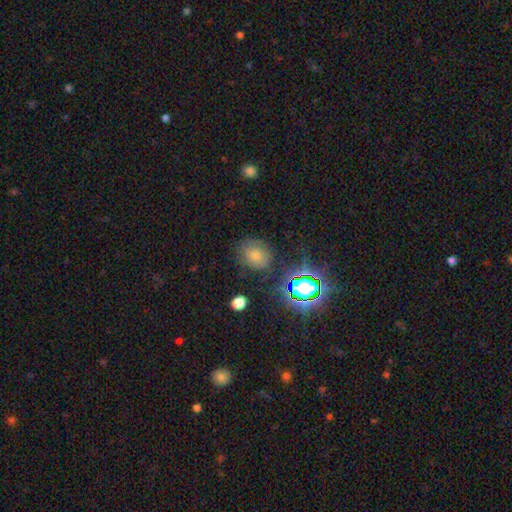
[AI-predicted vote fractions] Smooth or featured?
  - smooth: 67% *
  - star or artifact: 20%
  - featured or disk: 13%
How rounded?
  - round: 53% *
  - in between: 46%
  - cigar-shaped: 1%
Merging?
  - none: 70% *
  - minor disturbance: 19%
  - major disturbance: 7%
  - merger: 3%